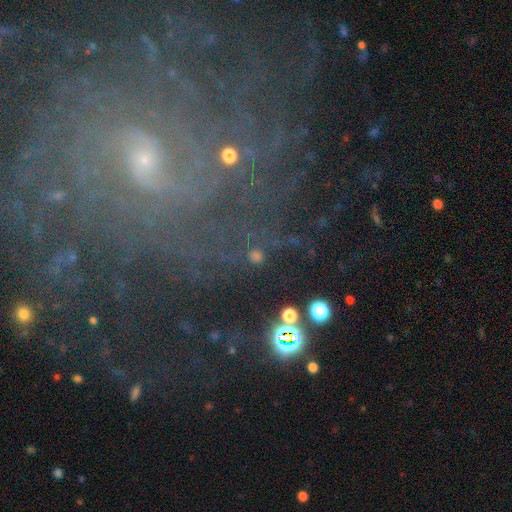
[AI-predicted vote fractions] Smooth or featured? star or artifact (47%)